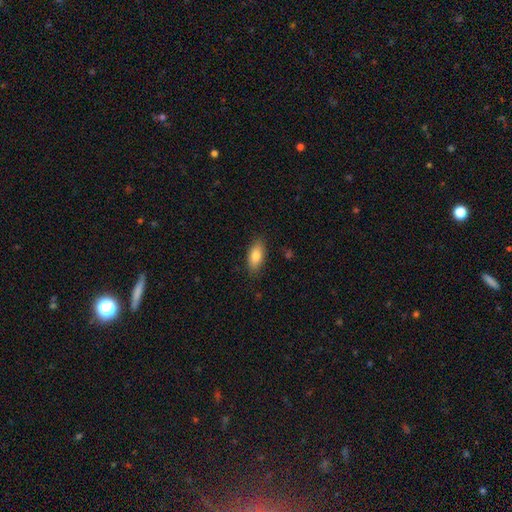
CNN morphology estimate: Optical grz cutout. It shows a smooth galaxy with no disk features (82%) that is in between round and cigar-shaped (86%). Merging: none (86%).